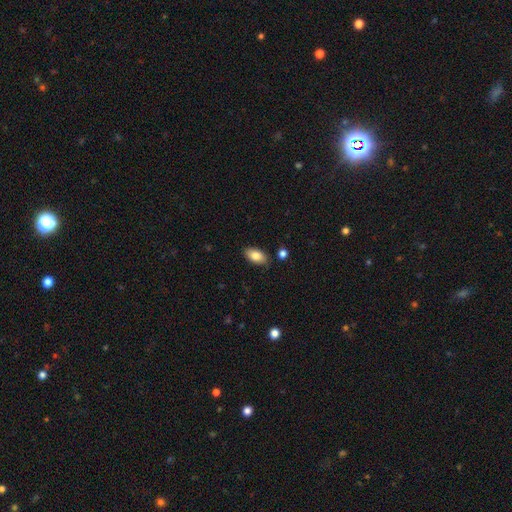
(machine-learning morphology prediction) This appears to be a smooth galaxy with no disk features (83%) that is in between round and cigar-shaped (93%). Merging: none (86%).